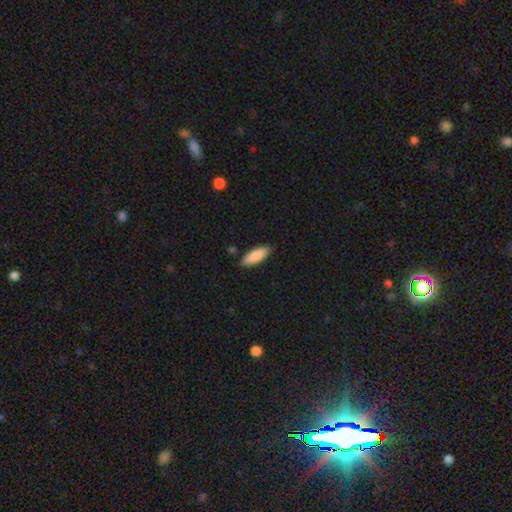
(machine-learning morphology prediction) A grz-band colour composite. It shows a smooth galaxy with no disk features (87%) that is in between round and cigar-shaped (66%). Merging: none (85%).